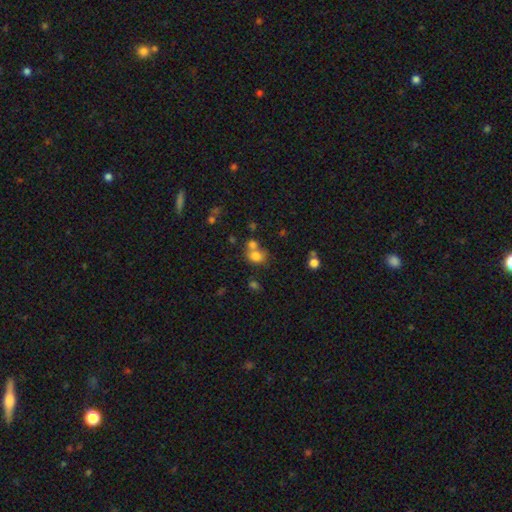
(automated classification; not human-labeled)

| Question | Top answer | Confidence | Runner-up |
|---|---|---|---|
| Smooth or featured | smooth | 76% | star or artifact (13%) |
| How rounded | round | 59% | in between (40%) |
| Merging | none | 44% | merger (40%) |